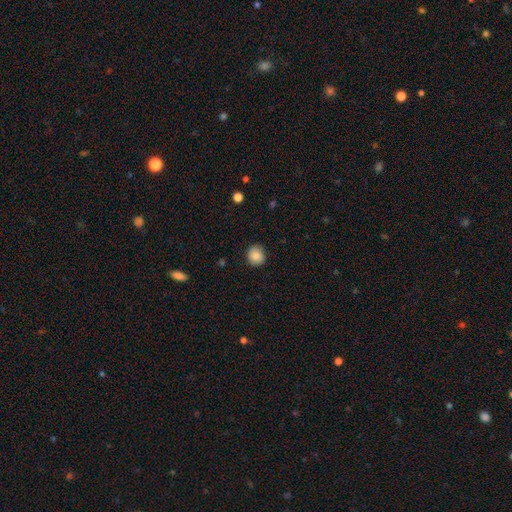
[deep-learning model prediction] A smooth galaxy with no disk features (87%) that is round (82%).

Vote fractions:
- Smooth or featured? smooth: 87% / star or artifact: 9% / featured or disk: 4%
- How rounded? round: 82% / in between: 17% / cigar-shaped: 1%
- Merging? none: 87% / minor disturbance: 10% / major disturbance: 2% / merger: 1%